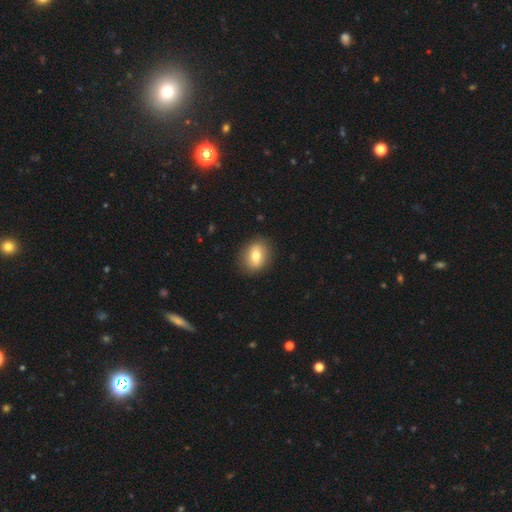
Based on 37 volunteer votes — Overall: smooth (68%). How rounded: round (48%; in between 44%). Merging: none (79%).